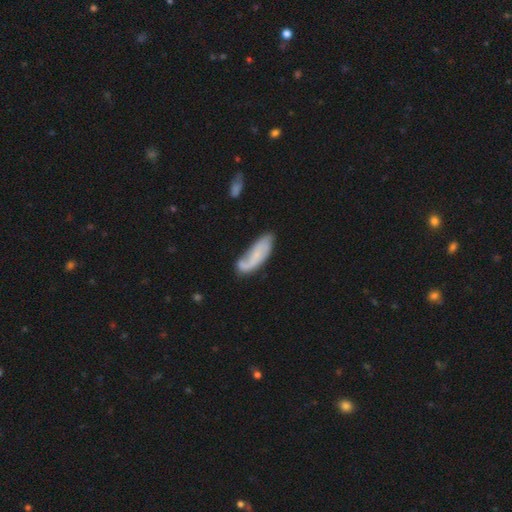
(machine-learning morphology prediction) Smooth or featured? smooth (50%)
Merging? none (45%)